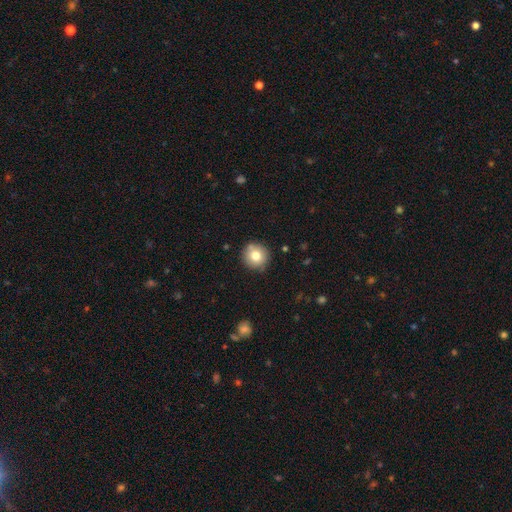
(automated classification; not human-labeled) A smooth galaxy with no disk features (78%) that is round (94%). Merging: none (86%).